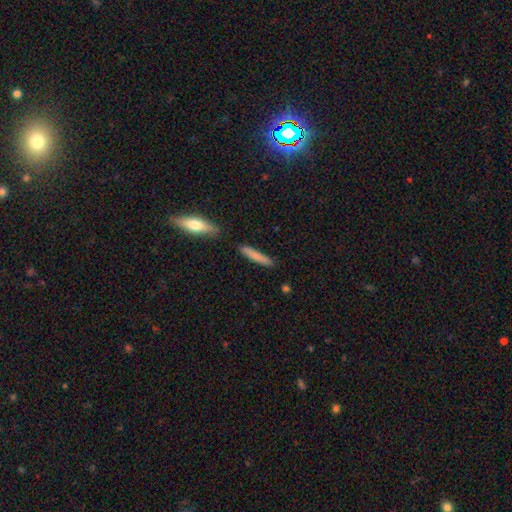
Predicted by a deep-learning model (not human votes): smooth-or-featured: smooth: 77% | featured or disk: 17% | star or artifact: 6%
  how-rounded: cigar-shaped: 90% | in between: 9% | round: 1%
  merging: none: 84% | minor disturbance: 10% | merger: 4% | major disturbance: 2%